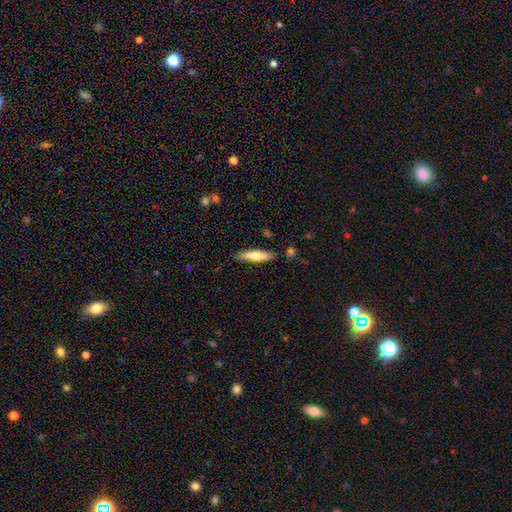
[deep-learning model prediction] A smooth galaxy with no disk features (65%) that is cigar-shaped (73%). Merging: none (86%).